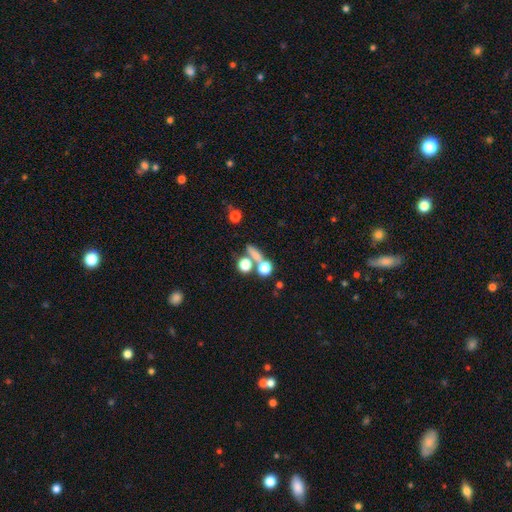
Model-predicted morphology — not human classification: Smooth or featured? smooth (63%)
How rounded? round (51%)
Merging? none (54%)